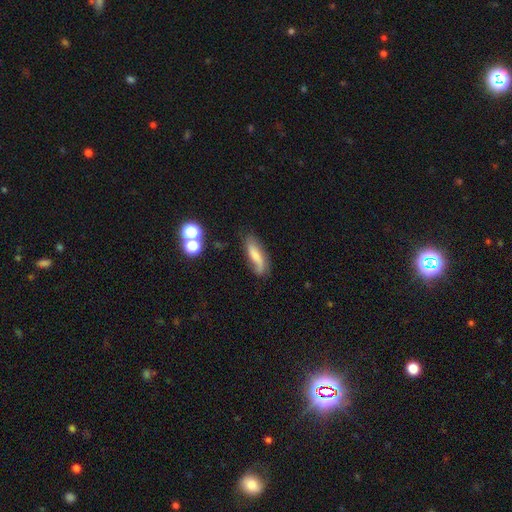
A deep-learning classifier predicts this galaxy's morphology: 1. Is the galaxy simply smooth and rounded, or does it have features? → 48% smooth, 42% featured or disk, 10% star or artifact.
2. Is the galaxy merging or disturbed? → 60% none, 25% minor disturbance, 11% major disturbance, 4% merger.